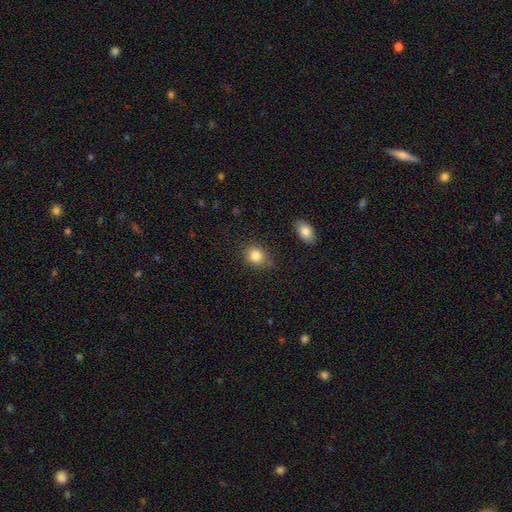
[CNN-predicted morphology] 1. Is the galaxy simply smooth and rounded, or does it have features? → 84% smooth, 10% star or artifact, 6% featured or disk.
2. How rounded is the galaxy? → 64% round, 35% in between, 1% cigar-shaped.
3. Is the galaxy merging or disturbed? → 81% none, 13% minor disturbance, 3% major disturbance, 3% merger.